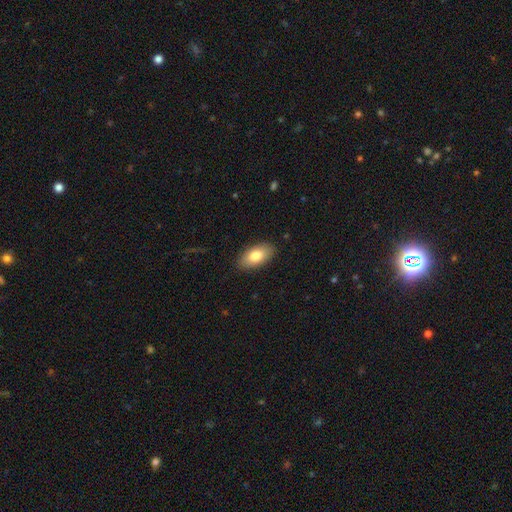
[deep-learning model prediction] Smooth or featured? Predicted: smooth (p=0.81). How rounded? Predicted: in between (p=0.94). Merging? Predicted: none (p=0.88).